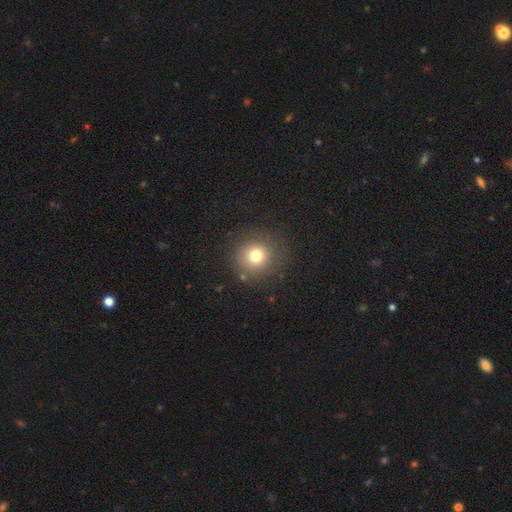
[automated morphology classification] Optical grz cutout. It shows a smooth galaxy with no disk features (75%) that is round (93%). Merging: none (86%).